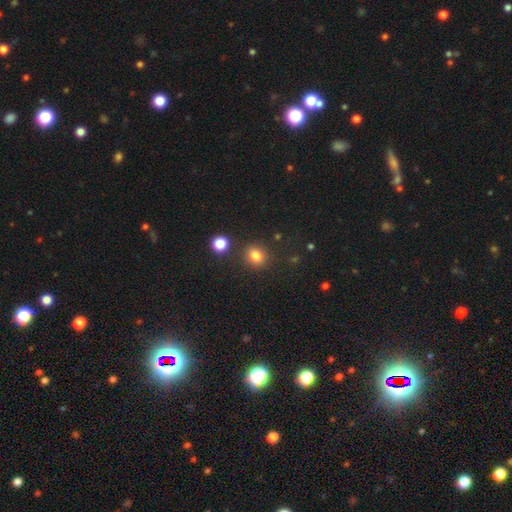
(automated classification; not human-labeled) A smooth galaxy with no disk features (81%) that is round (74%).

Vote fractions:
- Smooth or featured? smooth: 81% / star or artifact: 13% / featured or disk: 6%
- How rounded? round: 74% / in between: 25% / cigar-shaped: 1%
- Merging? none: 83% / minor disturbance: 9% / merger: 5% / major disturbance: 3%